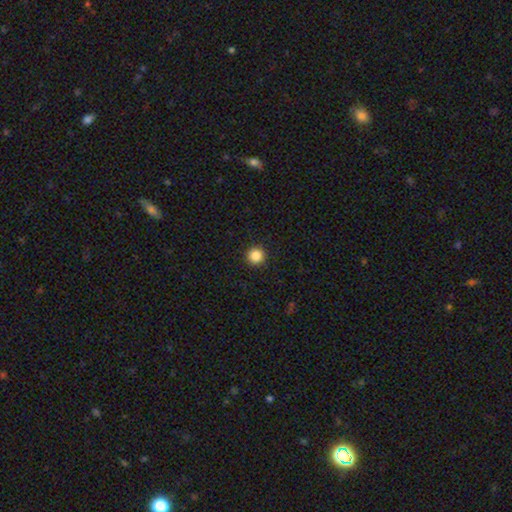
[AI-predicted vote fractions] This appears to be a smooth galaxy with no disk features (86%) that is round (96%). Merging: none (93%).